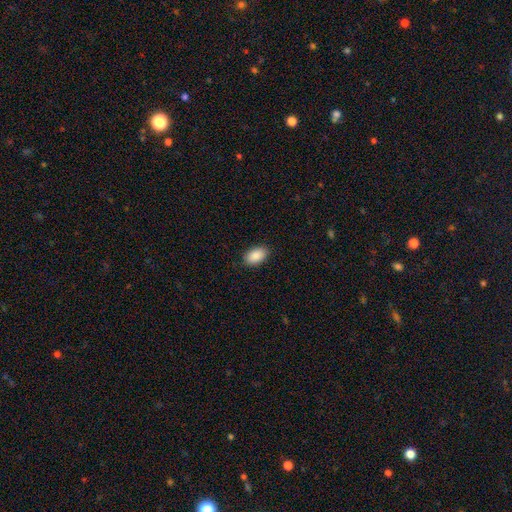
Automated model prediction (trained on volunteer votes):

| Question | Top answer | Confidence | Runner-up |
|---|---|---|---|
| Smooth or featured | smooth | 89% | star or artifact (7%) |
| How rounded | in between | 92% | round (6%) |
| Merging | none | 89% | minor disturbance (8%) |